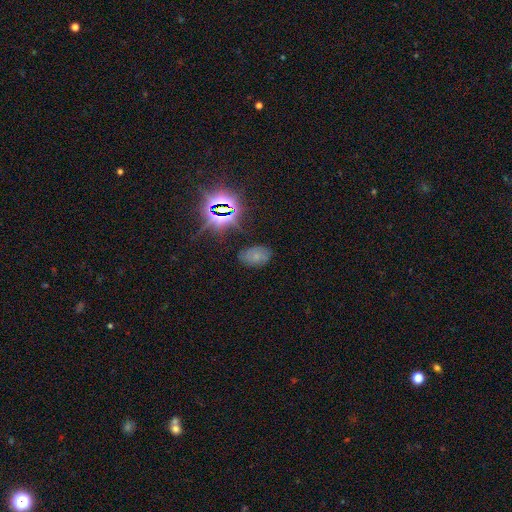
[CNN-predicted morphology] Smooth or featured? Predicted: smooth (p=0.42). Merging? Predicted: none (p=0.75).